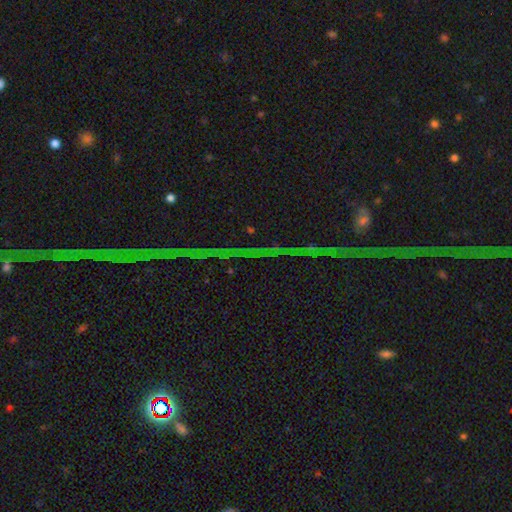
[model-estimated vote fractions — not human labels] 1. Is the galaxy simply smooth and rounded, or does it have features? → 80% star or artifact, 12% featured or disk, 8% smooth.